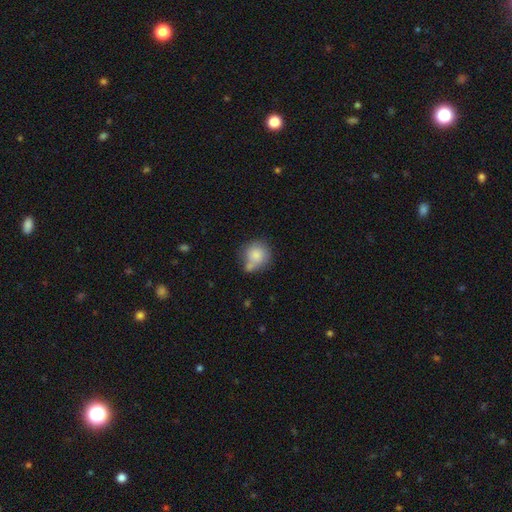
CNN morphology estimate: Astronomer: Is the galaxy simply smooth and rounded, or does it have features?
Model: smooth — 83%.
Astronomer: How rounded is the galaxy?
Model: round — 85%.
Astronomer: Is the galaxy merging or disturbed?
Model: none — 48% (runner-up: merger, 28%).